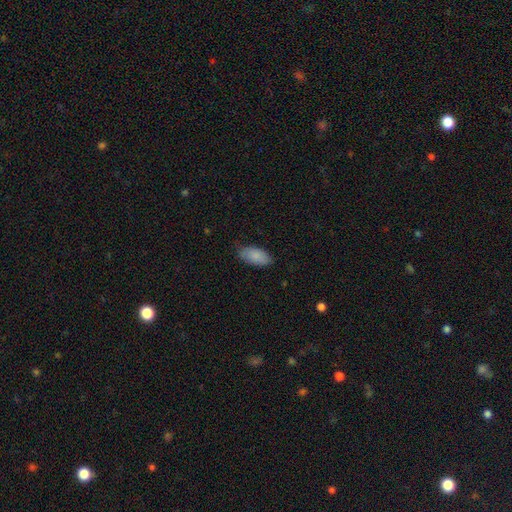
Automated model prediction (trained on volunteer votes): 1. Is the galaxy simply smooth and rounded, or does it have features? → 86% smooth, 8% featured or disk, 6% star or artifact.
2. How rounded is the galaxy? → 92% in between, 5% cigar-shaped, 2% round.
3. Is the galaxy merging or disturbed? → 75% none, 21% minor disturbance, 3% major disturbance, 1% merger.